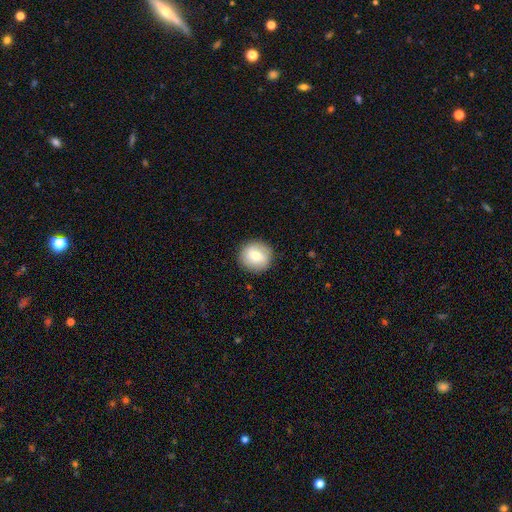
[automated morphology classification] Smooth or featured: smooth — 68% (featured or disk — 24%)
How rounded: round — 89% (in between — 10%)
Merging: none — 88% (minor disturbance — 9%)